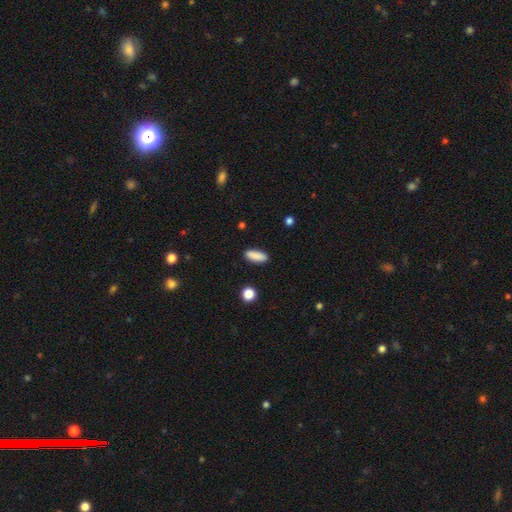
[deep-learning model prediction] The model was most divided on "how rounded": in between: 60%, cigar-shaped: 37%, round: 2%. More confident: smooth or featured — smooth (88%); merging — none (88%).